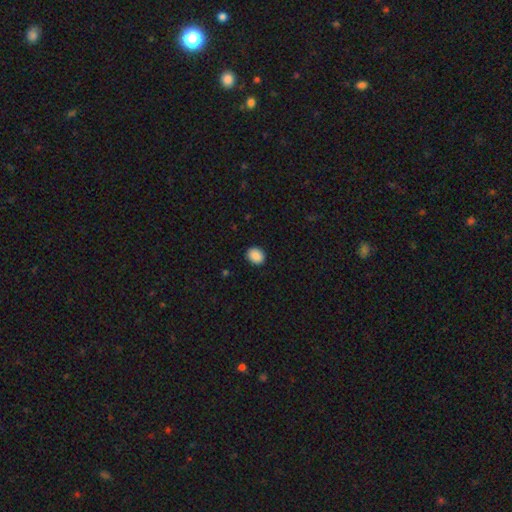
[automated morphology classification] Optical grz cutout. It shows a smooth galaxy with no disk features (90%) that is round (51%). Merging: none (90%).